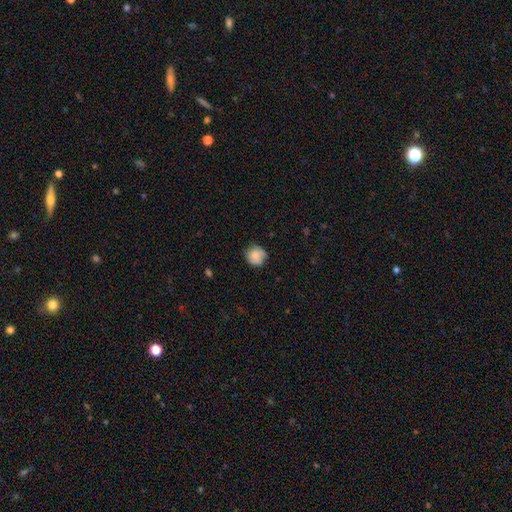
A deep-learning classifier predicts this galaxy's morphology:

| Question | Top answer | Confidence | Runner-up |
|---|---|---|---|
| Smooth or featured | smooth | 75% | featured or disk (17%) |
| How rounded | round | 87% | in between (12%) |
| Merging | none | 72% | minor disturbance (22%) |